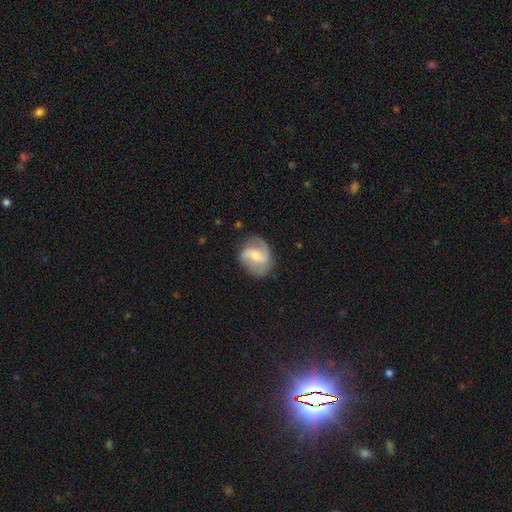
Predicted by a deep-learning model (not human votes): This is likely a featured or disk galaxy (77%). It is clearly not viewed edge-on (98%). Bar: possibly weak (48%). Spiral arm pattern: clearly yes (93%). Spiral arm count: clearly 2 (82%). Spiral winding: possibly medium (45%). Central bulge: possibly moderate (52%). Merging: likely none (76%).